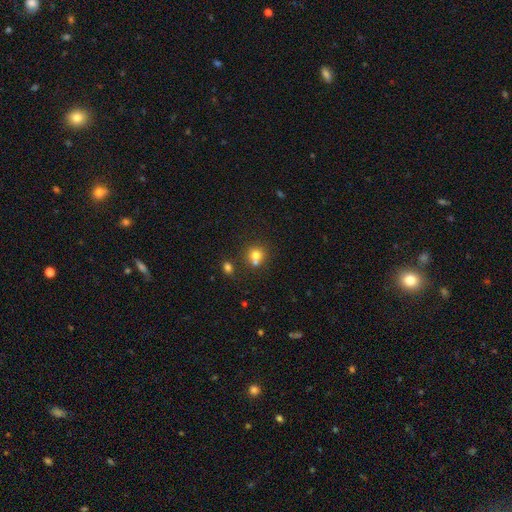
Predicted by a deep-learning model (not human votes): smooth-or-featured: smooth: 73% | star or artifact: 15% | featured or disk: 12%
  how-rounded: round: 86% | in between: 13% | cigar-shaped: 1%
  merging: none: 54% | merger: 34% | minor disturbance: 9% | major disturbance: 3%